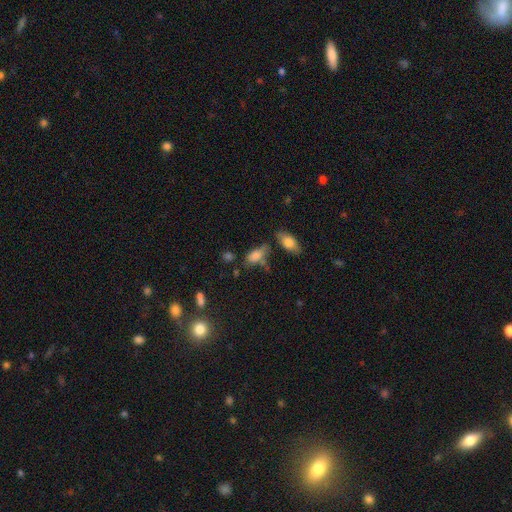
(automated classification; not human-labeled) Smooth or featured: smooth — 77% (featured or disk — 13%)
How rounded: in between — 84% (cigar-shaped — 12%)
Merging: none — 50% (minor disturbance — 24%)